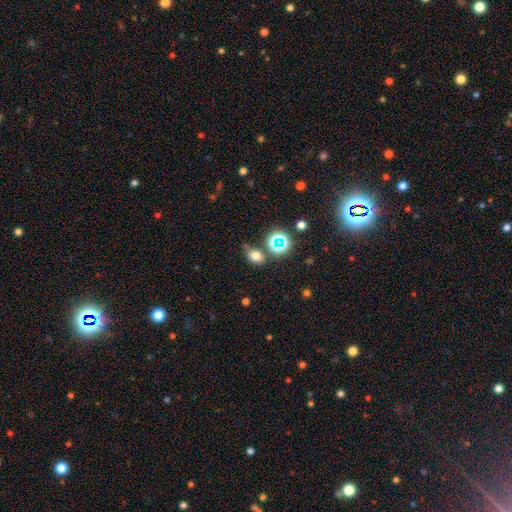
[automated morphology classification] A smooth galaxy with no disk features (69%) that is in between round and cigar-shaped (64%).

Vote fractions:
- Smooth or featured? smooth: 69% / star or artifact: 22% / featured or disk: 9%
- How rounded? in between: 64% / round: 34% / cigar-shaped: 2%
- Merging? none: 63% / minor disturbance: 19% / merger: 11% / major disturbance: 7%